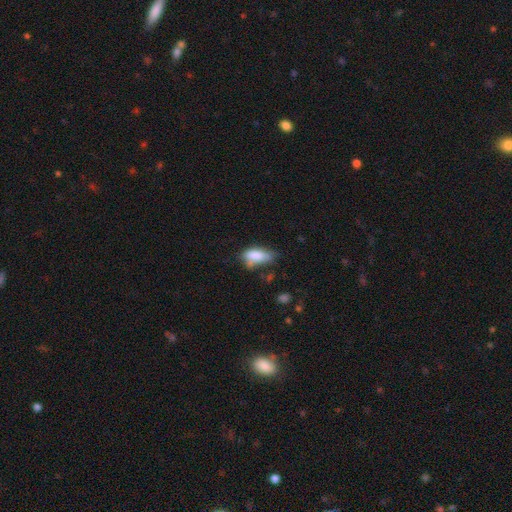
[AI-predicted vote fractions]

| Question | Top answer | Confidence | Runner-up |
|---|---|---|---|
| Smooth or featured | smooth | 76% | featured or disk (15%) |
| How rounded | in between | 81% | cigar-shaped (16%) |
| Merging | none | 37% | minor disturbance (36%) |